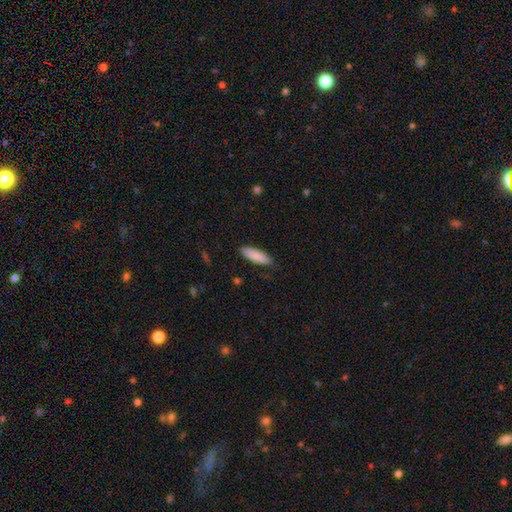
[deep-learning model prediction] Smooth or featured?
  - smooth: 87% *
  - featured or disk: 7%
  - star or artifact: 6%
How rounded?
  - in between: 53% *
  - cigar-shaped: 46%
  - round: 2%
Merging?
  - none: 84% *
  - minor disturbance: 12%
  - major disturbance: 2%
  - merger: 1%